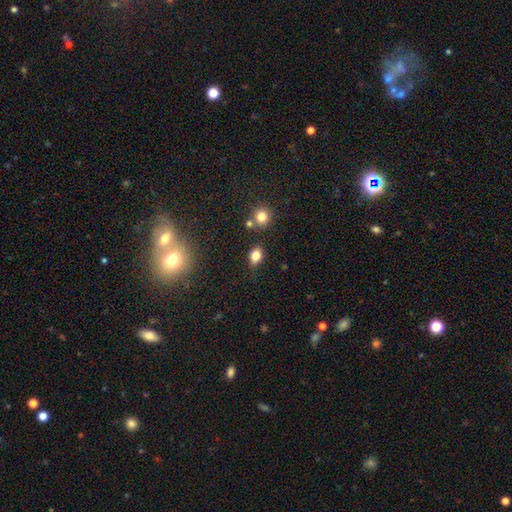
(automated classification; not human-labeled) smooth 81%, star or artifact 11%, featured or disk 7%. Down the decision tree: how rounded — in between (75%); merging — none (80%).